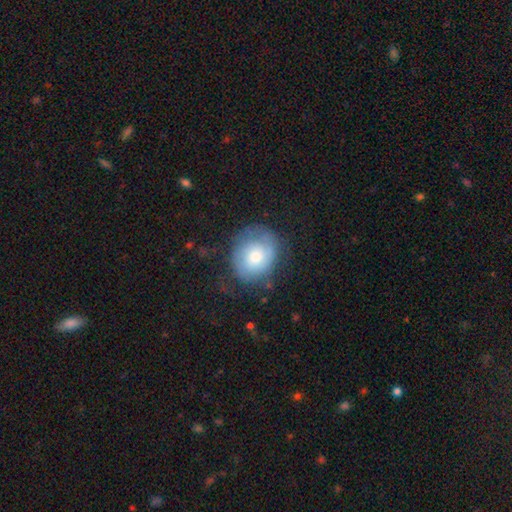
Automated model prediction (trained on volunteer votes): The model was most divided on "smooth or featured": smooth: 48%, featured or disk: 44%, star or artifact: 8%. More confident: merging — none (66%).